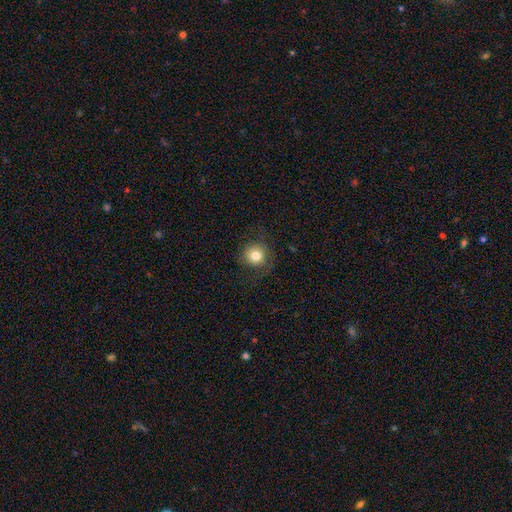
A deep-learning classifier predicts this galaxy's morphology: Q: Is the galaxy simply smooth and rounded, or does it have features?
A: smooth — 79%.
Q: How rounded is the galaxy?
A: round — 92%.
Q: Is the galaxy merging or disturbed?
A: none — 78%.